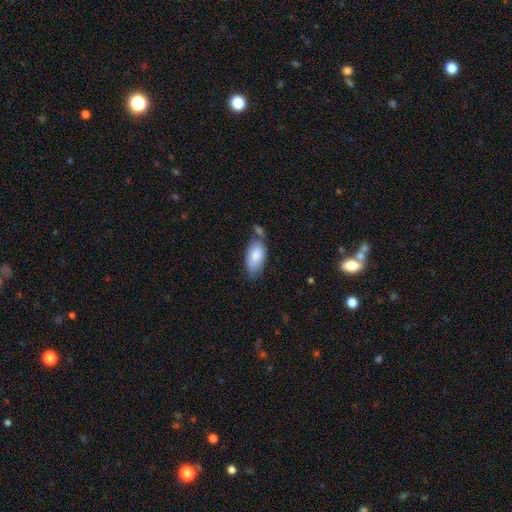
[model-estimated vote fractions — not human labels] Smooth or featured? Predicted: smooth (p=0.82). How rounded? Predicted: in between (p=0.94). Merging? Predicted: none (p=0.51).